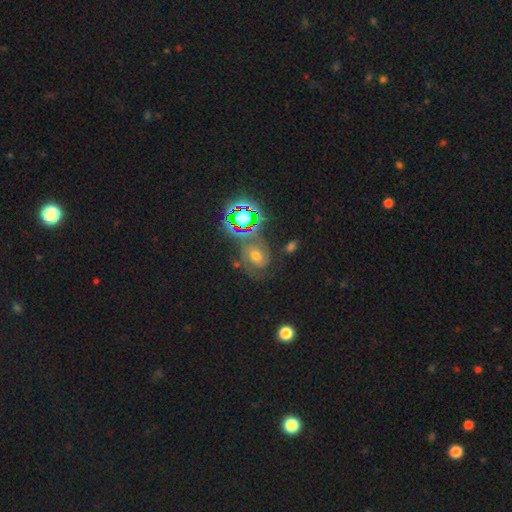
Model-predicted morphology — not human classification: Smooth or featured?
  - featured or disk: 57% *
  - star or artifact: 24%
  - smooth: 19%
Edge-on disk?
  - no: 97% *
  - yes: 3%
Bar?
  - no: 59% *
  - weak: 30%
  - strong: 11%
Spiral arms?
  - yes: 89% *
  - no: 11%
Bulge size?
  - moderate: 61% *
  - small: 21%
  - large: 13%
  - none: 3%
  - dominant: 2%
Merging?
  - none: 58% *
  - minor disturbance: 20%
  - major disturbance: 14%
  - merger: 8%